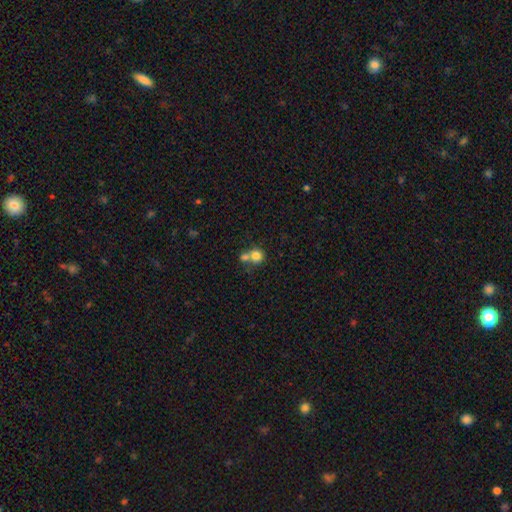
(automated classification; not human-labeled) Overall: smooth (79%). How rounded: round (86%). Merging: merger (51%; none 39%).